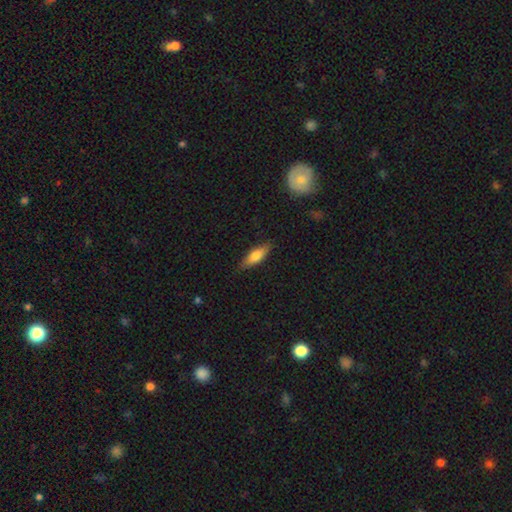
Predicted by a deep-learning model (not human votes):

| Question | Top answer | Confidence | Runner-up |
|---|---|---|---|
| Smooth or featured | smooth | 66% | featured or disk (28%) |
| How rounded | cigar-shaped | 51% | in between (47%) |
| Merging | none | 84% | minor disturbance (12%) |